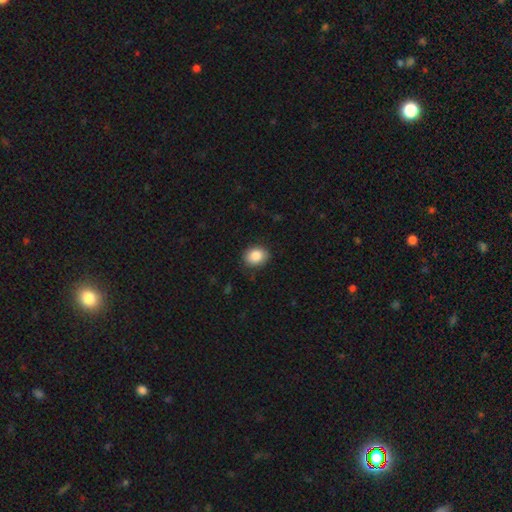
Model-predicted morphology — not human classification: type=smooth (88%); roundness=in between (52%); merging=none (87%).